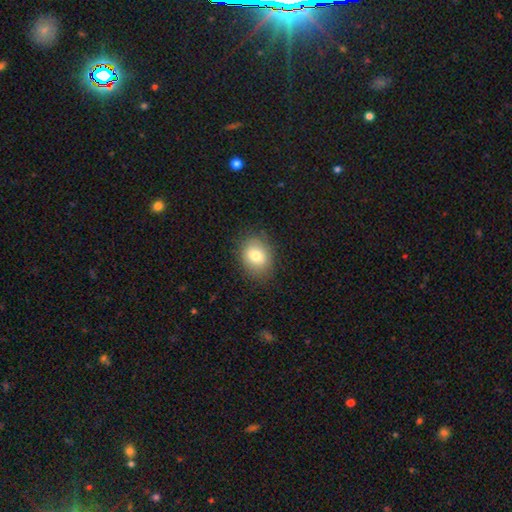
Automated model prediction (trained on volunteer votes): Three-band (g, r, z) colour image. It shows a smooth galaxy with no disk features (77%) that is in between round and cigar-shaped (52%). Merging: none (82%).